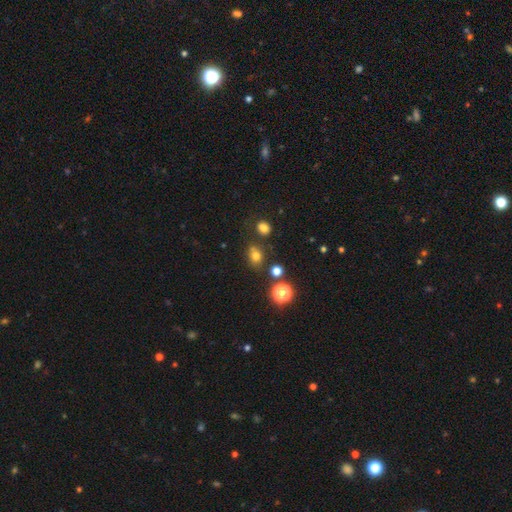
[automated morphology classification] This appears to be a smooth galaxy with no disk features (72%) that is round (57%). Merging: none (69%).